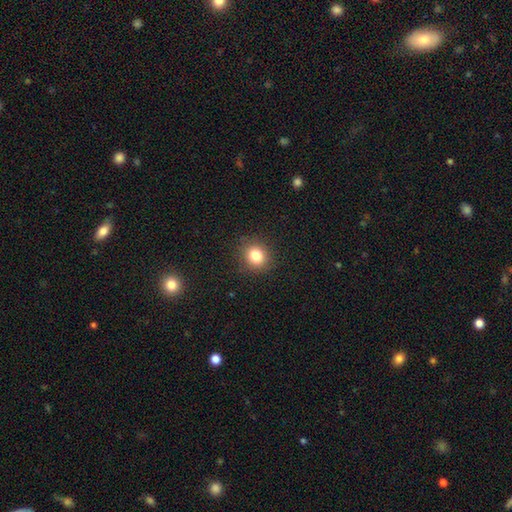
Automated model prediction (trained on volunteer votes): This appears to be a smooth galaxy with no disk features (81%) that is round (81%). Merging: none (89%).